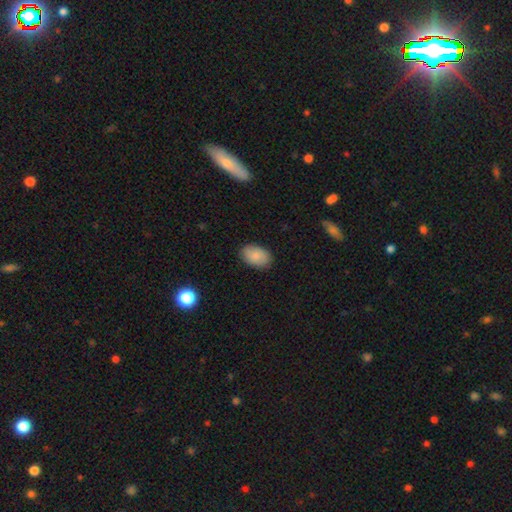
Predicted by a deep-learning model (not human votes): Smooth or featured? Predicted: smooth (p=0.86). How rounded? Predicted: in between (p=0.90). Merging? Predicted: none (p=0.87).